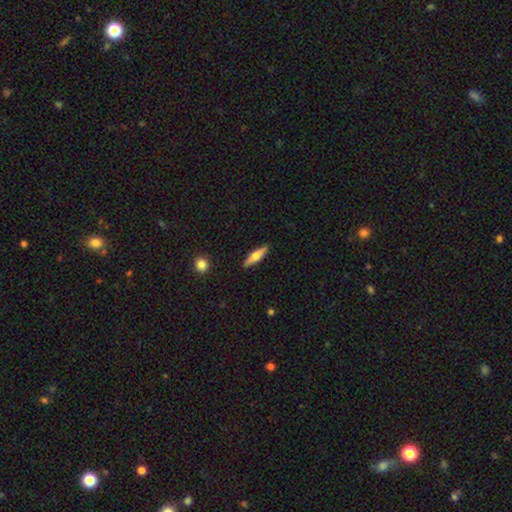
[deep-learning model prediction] Morphology: type=smooth (48%); merging=none (89%).